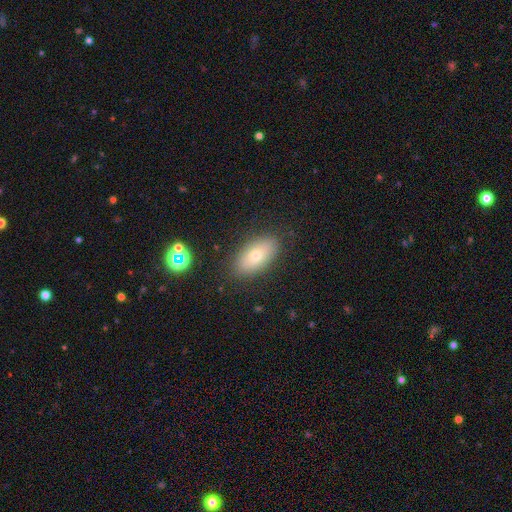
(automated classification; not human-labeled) smooth-or-featured: smooth: 69% | featured or disk: 21% | star or artifact: 10%
  how-rounded: in between: 89% | cigar-shaped: 6% | round: 5%
  merging: none: 85% | minor disturbance: 10% | major disturbance: 3% | merger: 2%